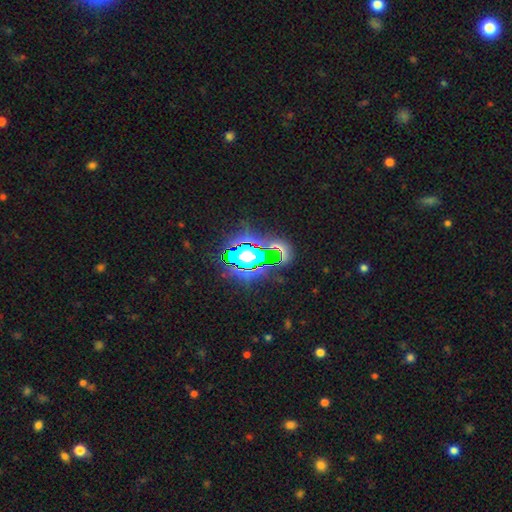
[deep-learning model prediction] Smooth or featured: star or artifact — 81% (smooth — 11%)